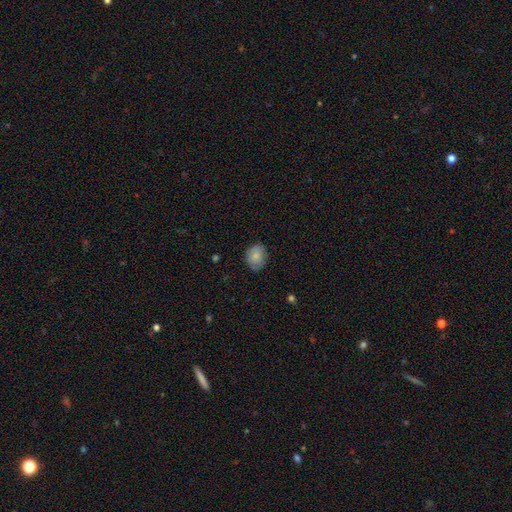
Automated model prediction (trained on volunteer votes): smooth_or_featured: smooth (p=0.83) [alt: featured or disk p=0.10]
how_rounded: in between (p=0.63) [alt: round p=0.36]
merging: none (p=0.77) [alt: minor disturbance p=0.19]